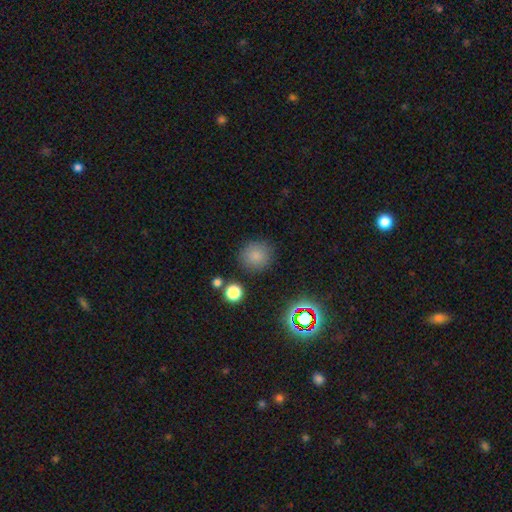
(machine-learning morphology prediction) smooth 82%, star or artifact 13%, featured or disk 5%. Down the decision tree: how rounded — round (91%); merging — none (85%).